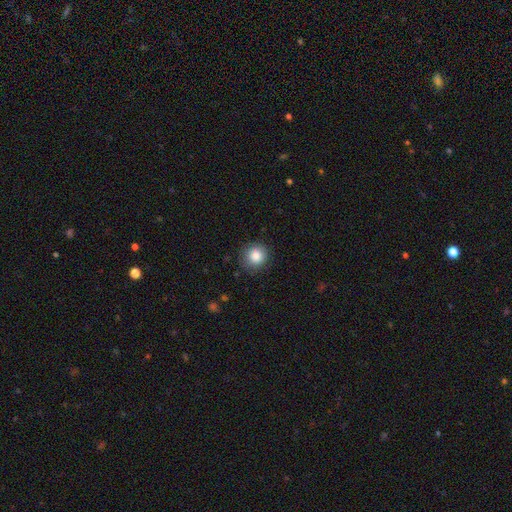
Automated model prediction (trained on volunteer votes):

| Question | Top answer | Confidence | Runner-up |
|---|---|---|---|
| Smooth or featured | smooth | 84% | star or artifact (10%) |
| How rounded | round | 89% | in between (10%) |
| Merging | none | 83% | minor disturbance (13%) |